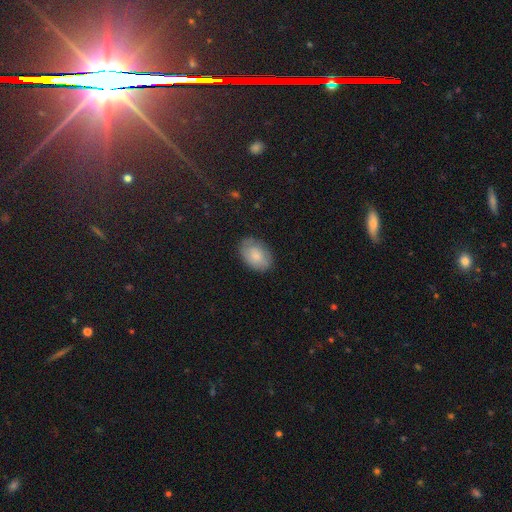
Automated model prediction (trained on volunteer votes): A smooth galaxy with no disk features (70%) that is in between round and cigar-shaped (85%). Merging: none (77%).